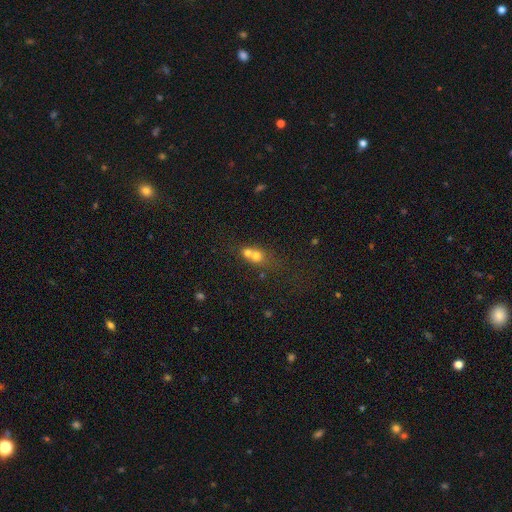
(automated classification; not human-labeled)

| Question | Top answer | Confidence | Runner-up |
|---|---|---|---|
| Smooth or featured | smooth | 67% | featured or disk (20%) |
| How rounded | round | 67% | in between (31%) |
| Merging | merger | 67% | none (24%) |